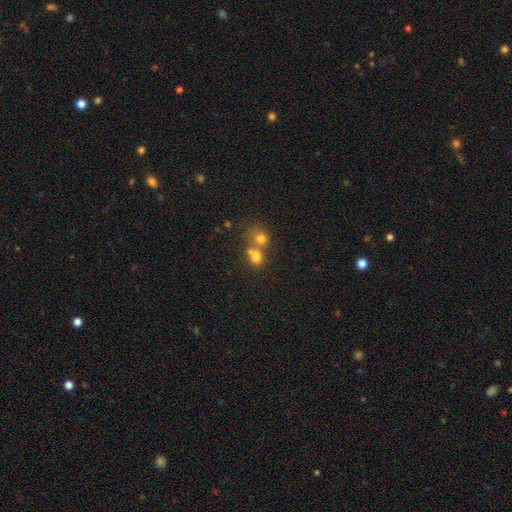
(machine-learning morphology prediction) type=smooth (74%); roundness=round (53%); merging=merger (57%).